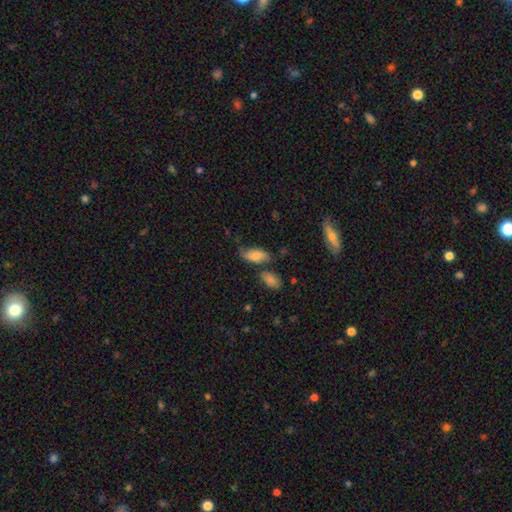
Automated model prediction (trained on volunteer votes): Smooth or featured? smooth (59%)
How rounded? in between (88%)
Merging? none (51%)